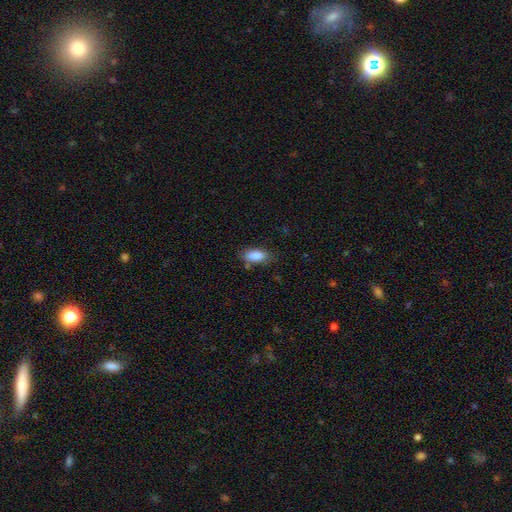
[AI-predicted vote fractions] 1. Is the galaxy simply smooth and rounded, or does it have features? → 86% smooth, 8% star or artifact, 6% featured or disk.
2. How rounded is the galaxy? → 84% in between, 13% cigar-shaped, 3% round.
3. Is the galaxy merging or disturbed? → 74% none, 18% minor disturbance, 4% major disturbance, 3% merger.